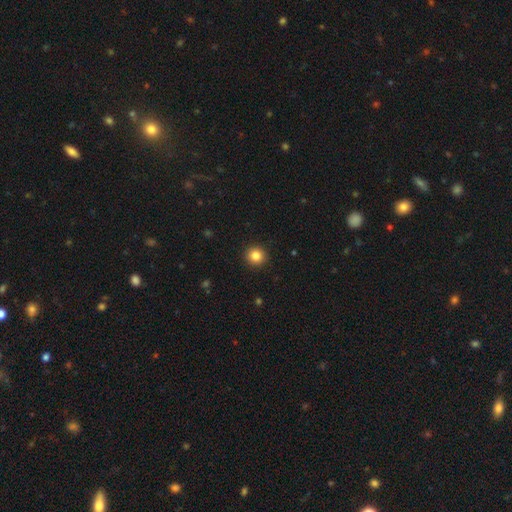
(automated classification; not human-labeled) smooth-or-featured: smooth: 85% | star or artifact: 10% | featured or disk: 5%
  how-rounded: round: 94% | in between: 5% | cigar-shaped: 1%
  merging: none: 93% | minor disturbance: 5% | major disturbance: 2% | merger: 1%